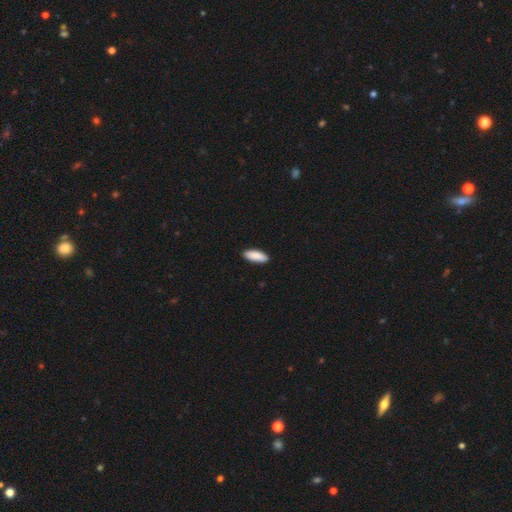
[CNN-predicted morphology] smooth 90%, star or artifact 5%, featured or disk 4%. Down the decision tree: how rounded — in between (66%); merging — none (90%).